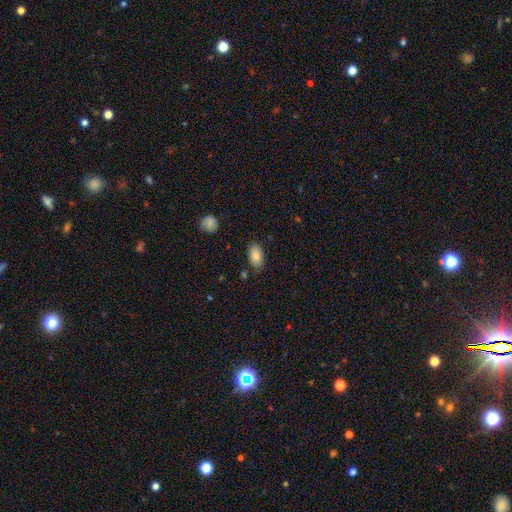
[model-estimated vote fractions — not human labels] The model was most divided on "merging": none: 80%, minor disturbance: 15%, major disturbance: 3%, merger: 2%. More confident: how rounded — in between (92%); smooth or featured — smooth (84%).